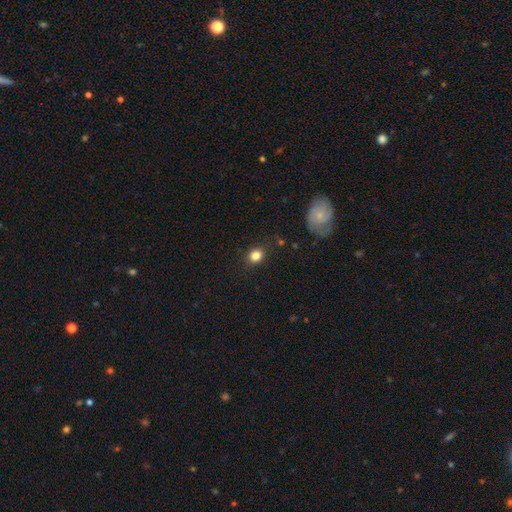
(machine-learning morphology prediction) The model was most divided on "how rounded": round: 63%, in between: 36%, cigar-shaped: 1%. More confident: merging — none (83%); smooth or featured — smooth (83%).